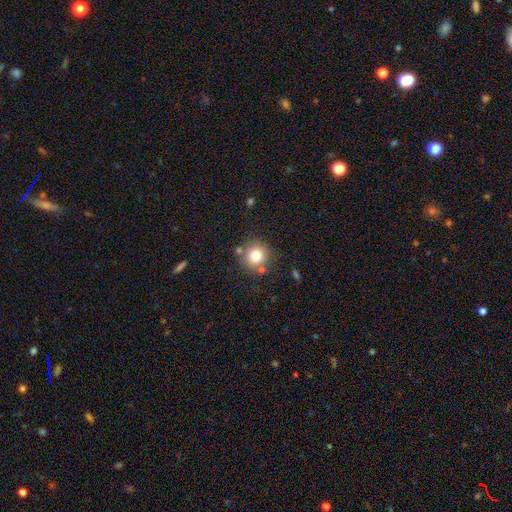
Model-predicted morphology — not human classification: type=smooth (79%); roundness=round (91%); merging=none (77%).